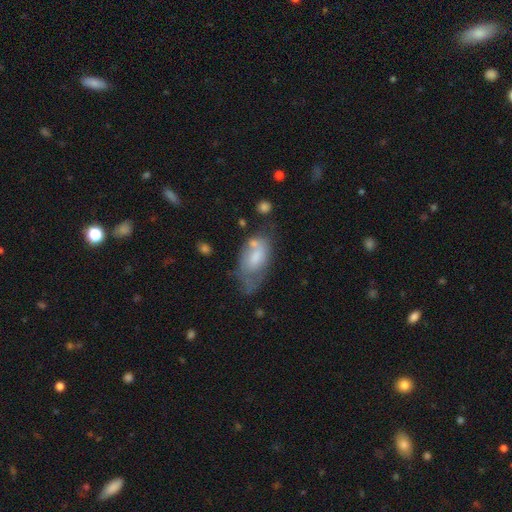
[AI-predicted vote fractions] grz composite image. It shows a smooth galaxy with no disk features (57%) that is in between round and cigar-shaped (90%). Merging: minor disturbance (31%).